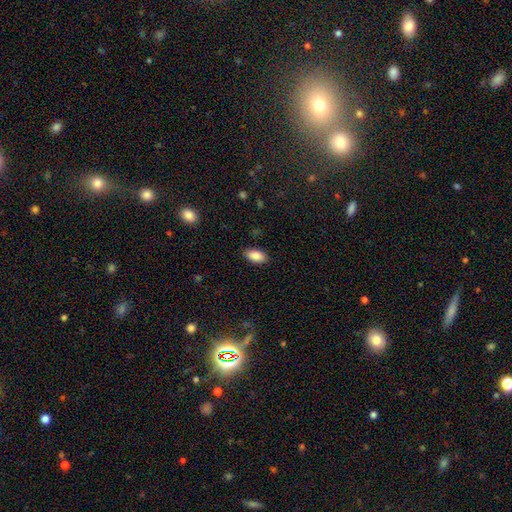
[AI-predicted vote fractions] The model was most divided on "merging": none: 87%, minor disturbance: 9%, major disturbance: 2%, merger: 1%. More confident: how rounded — in between (93%); smooth or featured — smooth (87%).